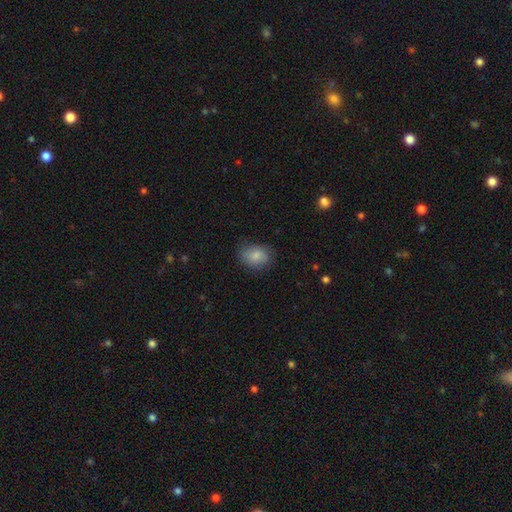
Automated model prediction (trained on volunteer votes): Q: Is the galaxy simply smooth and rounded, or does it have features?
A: smooth — 83%.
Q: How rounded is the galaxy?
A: in between — 66%.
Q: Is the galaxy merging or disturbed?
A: none — 75%.